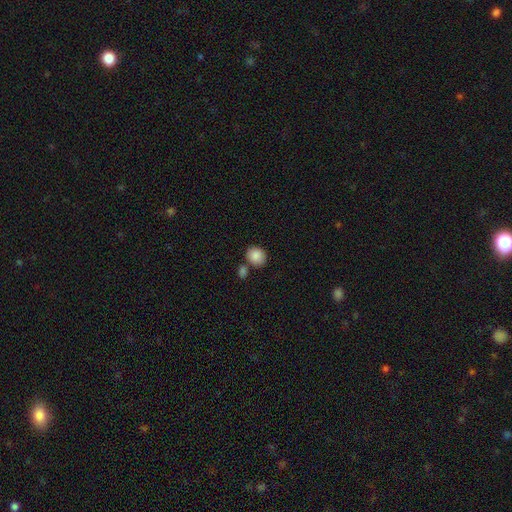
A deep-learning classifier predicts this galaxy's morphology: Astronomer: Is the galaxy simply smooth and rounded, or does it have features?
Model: smooth — 87%.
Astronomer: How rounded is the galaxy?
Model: round — 71%.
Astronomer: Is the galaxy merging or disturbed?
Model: none — 68%.